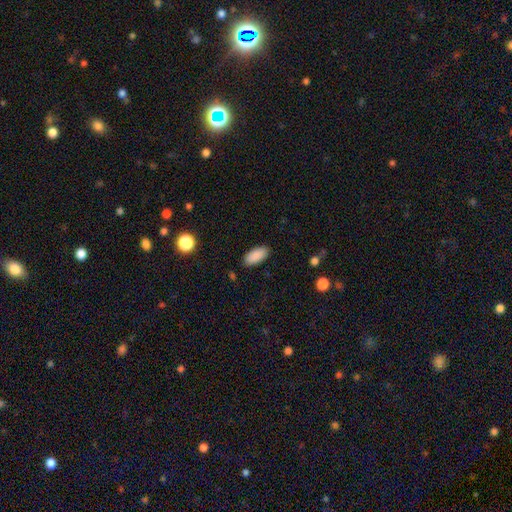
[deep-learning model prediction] A smooth galaxy with no disk features (90%) that is in between round and cigar-shaped (90%). Merging: none (88%).